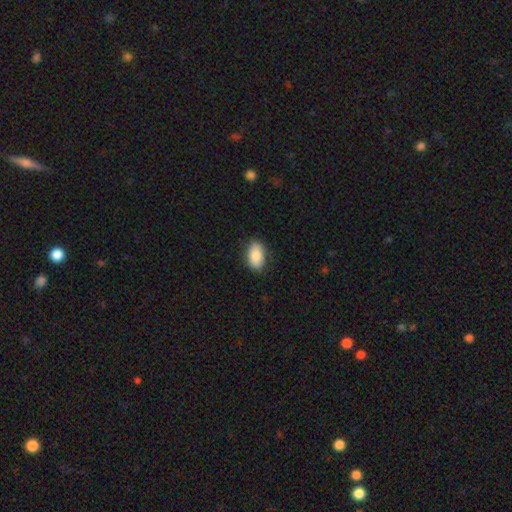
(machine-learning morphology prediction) Smooth or featured?
  - smooth: 86% *
  - featured or disk: 7%
  - star or artifact: 7%
How rounded?
  - in between: 92% *
  - round: 6%
  - cigar-shaped: 2%
Merging?
  - none: 84% *
  - minor disturbance: 12%
  - major disturbance: 3%
  - merger: 1%